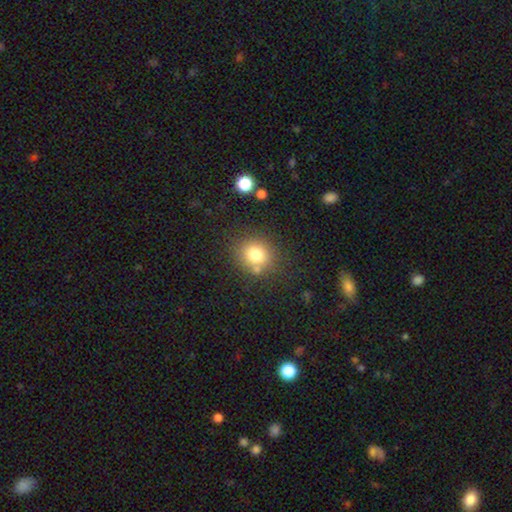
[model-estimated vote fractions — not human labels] Smooth or featured?
  - smooth: 78% *
  - star or artifact: 13%
  - featured or disk: 9%
How rounded?
  - round: 84% *
  - in between: 15%
  - cigar-shaped: 1%
Merging?
  - none: 77% *
  - minor disturbance: 10%
  - merger: 9%
  - major disturbance: 4%